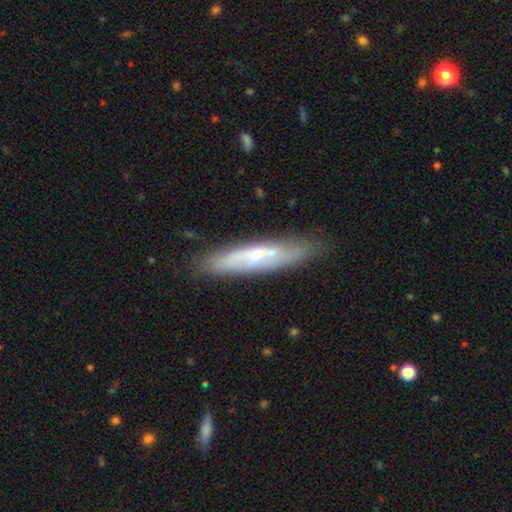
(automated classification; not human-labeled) Morphology: type=featured or disk (54%); edge-on=yes (60%); merging=none (78%).